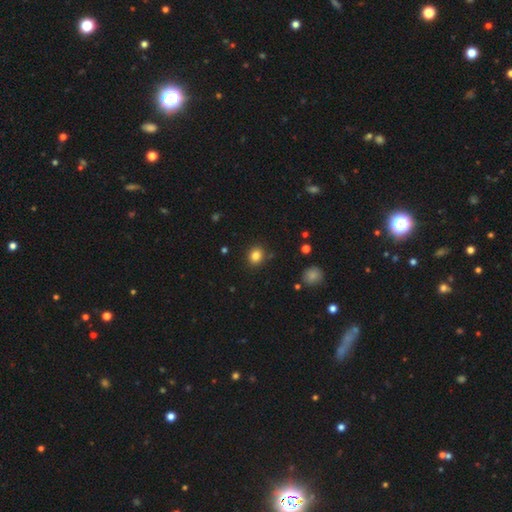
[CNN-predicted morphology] Smooth or featured? smooth (83%)
How rounded? round (66%)
Merging? none (87%)